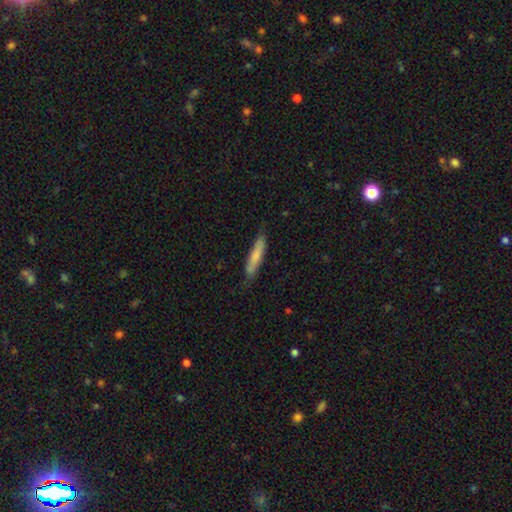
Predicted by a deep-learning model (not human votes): This appears to be a smooth galaxy with no disk features (71%) that is cigar-shaped (89%). Merging: none (77%).